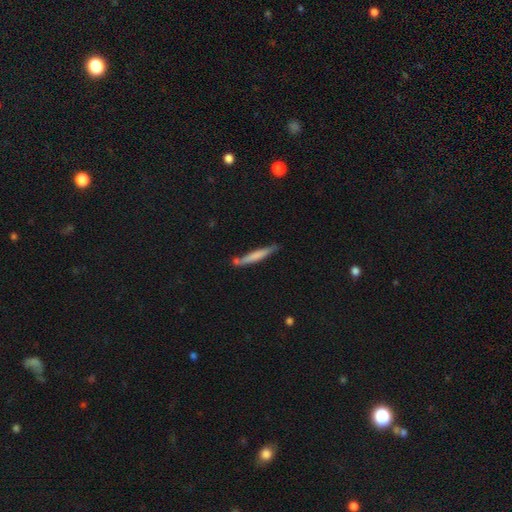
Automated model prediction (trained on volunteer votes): Smooth or featured: smooth — 64% (featured or disk — 30%)
How rounded: cigar-shaped — 94% (in between — 5%)
Merging: none — 70% (minor disturbance — 17%)